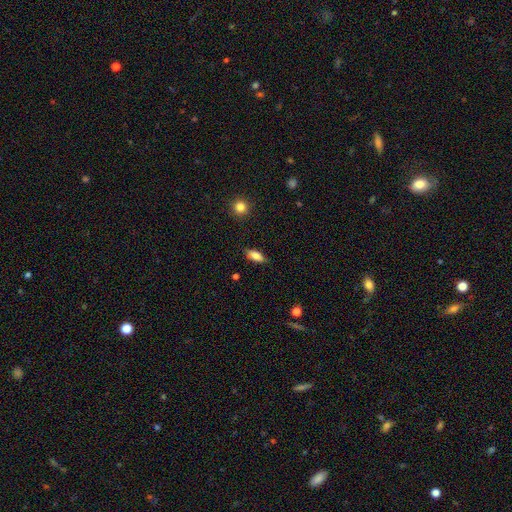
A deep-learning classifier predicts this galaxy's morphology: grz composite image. It shows a smooth galaxy with no disk features (81%) that is in between round and cigar-shaped (80%). Merging: none (84%).